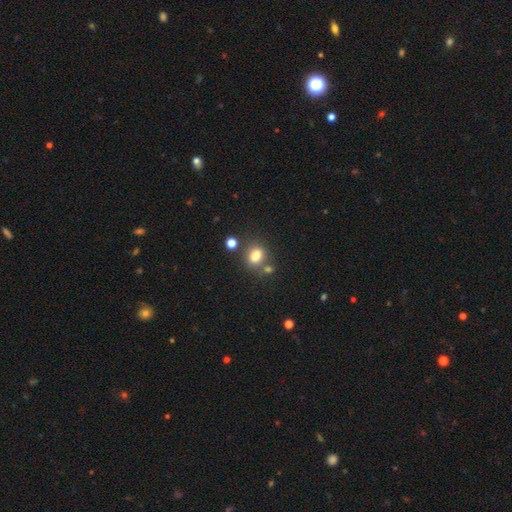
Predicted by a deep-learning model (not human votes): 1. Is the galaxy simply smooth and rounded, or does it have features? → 79% smooth, 12% star or artifact, 9% featured or disk.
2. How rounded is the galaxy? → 59% in between, 39% round, 2% cigar-shaped.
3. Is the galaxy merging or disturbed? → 64% none, 18% merger, 13% minor disturbance, 4% major disturbance.